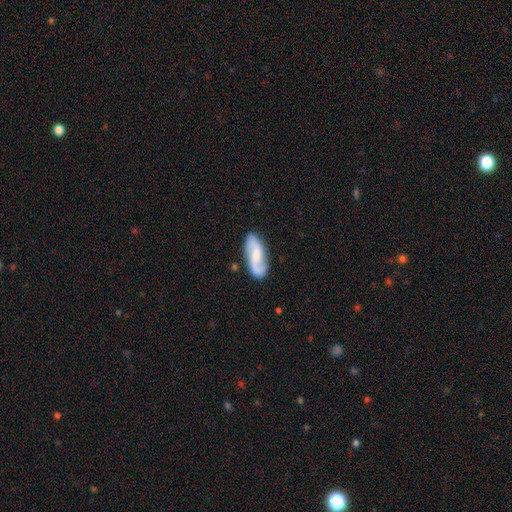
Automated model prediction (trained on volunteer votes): This appears to be a featured or disk galaxy (65%) with a weak bar (43%), 2 (87%) loose (49%) spiral arms (94%) and a small central bulge (36%). Merging: none (79%).